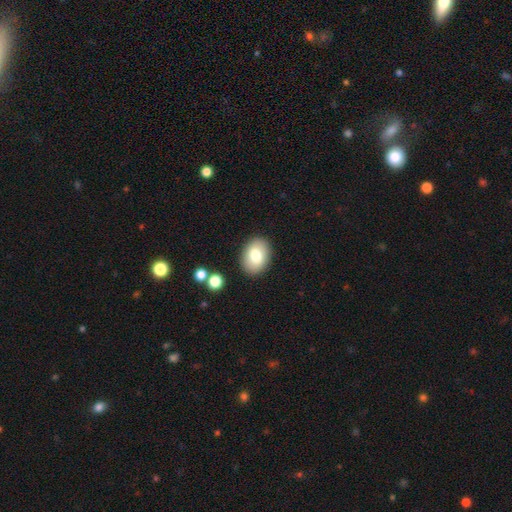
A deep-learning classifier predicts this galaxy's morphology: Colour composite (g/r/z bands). It shows a smooth galaxy with no disk features (79%) that is in between round and cigar-shaped (76%). Merging: none (88%).